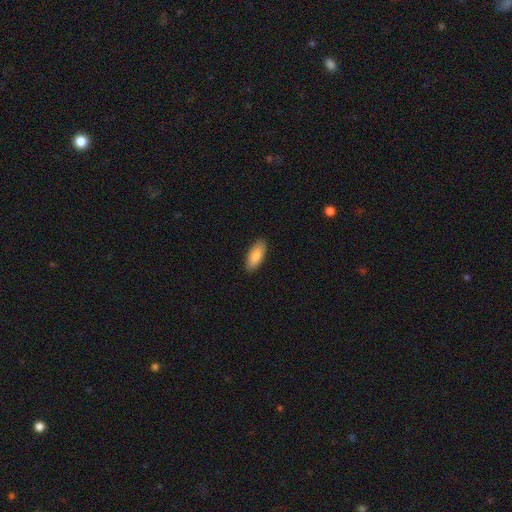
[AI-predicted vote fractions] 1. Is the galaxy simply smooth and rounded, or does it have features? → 83% smooth, 12% featured or disk, 6% star or artifact.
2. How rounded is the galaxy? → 85% in between, 13% cigar-shaped, 2% round.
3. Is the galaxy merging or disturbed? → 89% none, 8% minor disturbance, 2% major disturbance, 1% merger.